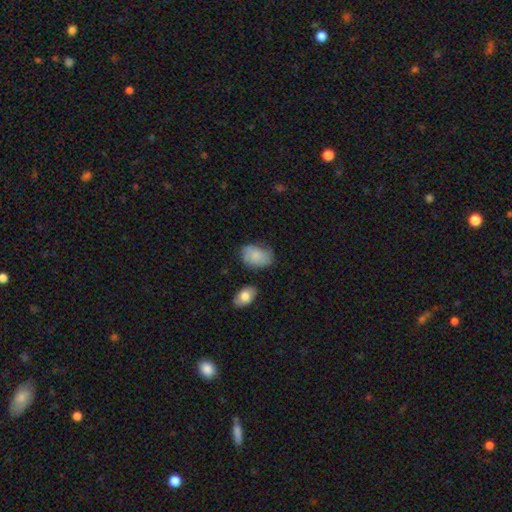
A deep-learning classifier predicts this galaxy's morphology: type=smooth (81%); roundness=in between (86%); merging=none (62%).